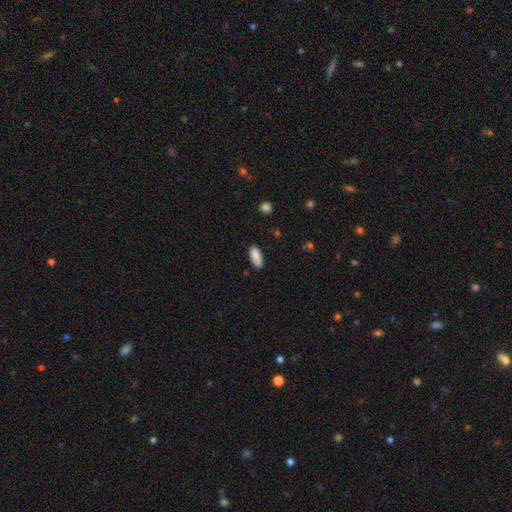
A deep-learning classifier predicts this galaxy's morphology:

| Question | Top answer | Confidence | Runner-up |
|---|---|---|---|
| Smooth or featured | smooth | 88% | star or artifact (7%) |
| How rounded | in between | 82% | cigar-shaped (16%) |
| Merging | none | 82% | minor disturbance (14%) |